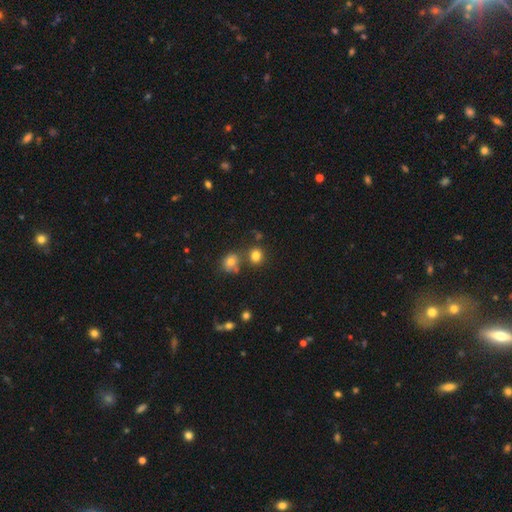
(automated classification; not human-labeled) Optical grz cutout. It shows a smooth galaxy with no disk features (80%) that is round (77%). Merging: none (70%).